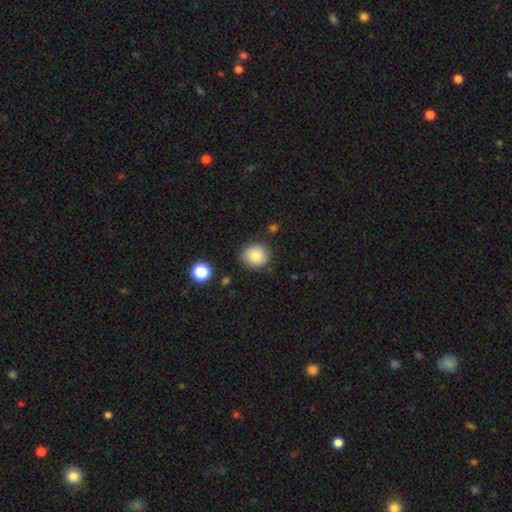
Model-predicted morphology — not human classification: Smooth or featured? Predicted: smooth (p=0.85). How rounded? Predicted: round (p=0.83). Merging? Predicted: none (p=0.83).